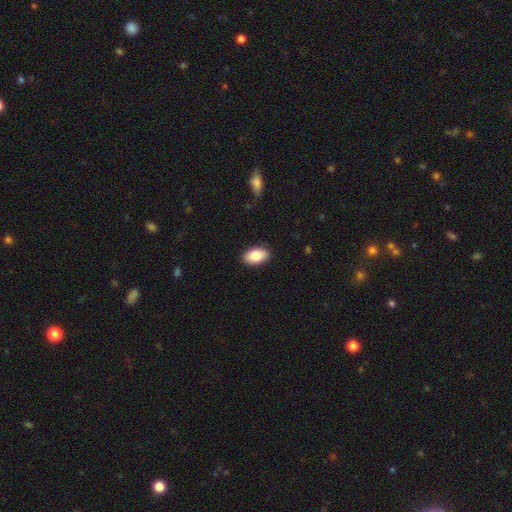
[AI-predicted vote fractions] A smooth galaxy with no disk features (83%) that is in between round and cigar-shaped (93%). Merging: none (89%).